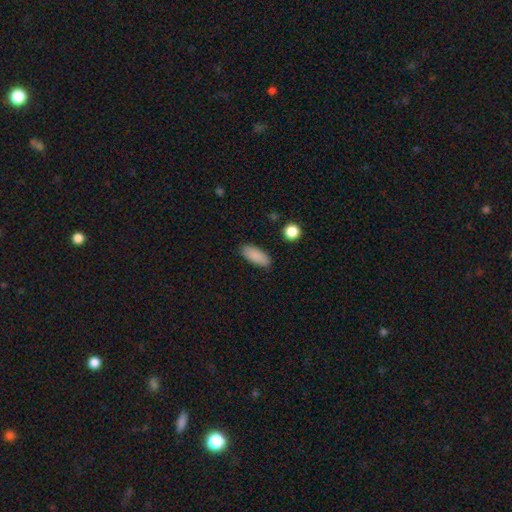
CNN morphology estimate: A smooth galaxy with no disk features (88%) that is in between round and cigar-shaped (81%). Merging: none (87%).